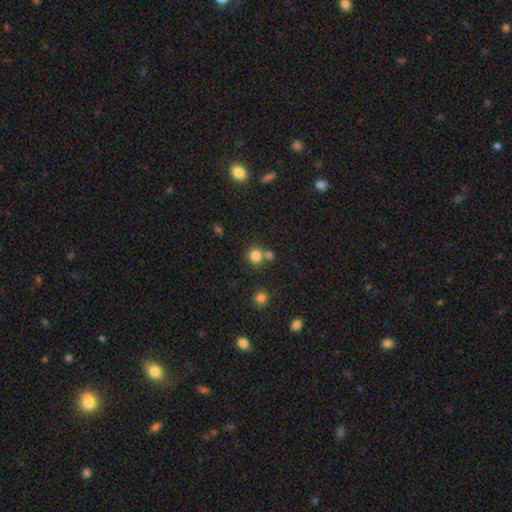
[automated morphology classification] This appears to be a smooth galaxy with no disk features (81%) that is round (89%). Merging: none (60%).